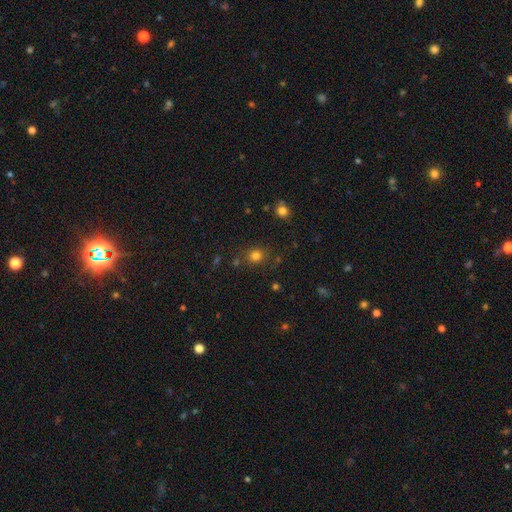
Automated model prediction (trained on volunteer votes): Overall: smooth (77%). How rounded: round (77%). Merging: none (80%).